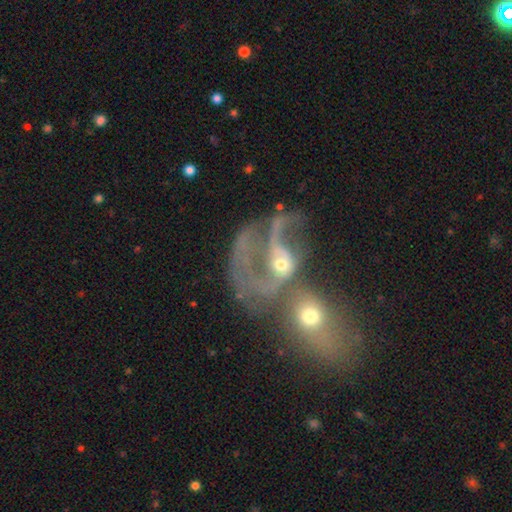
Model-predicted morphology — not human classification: This appears to be a featured or disk galaxy (74%) with no bar (51%), 2 (46%) medium (39%) spiral arms (78%) and a moderate central bulge (46%). Merging: merger (70%).